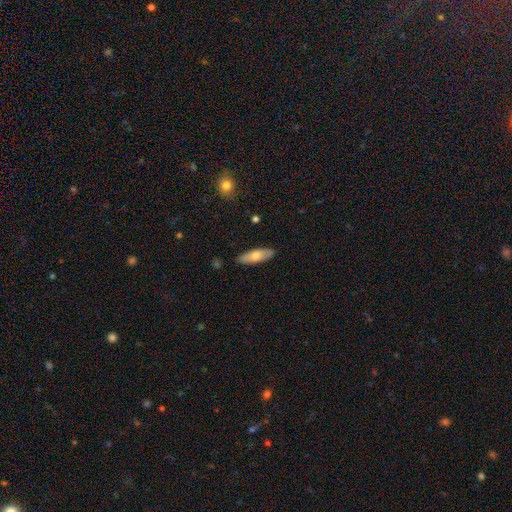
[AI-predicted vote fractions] Smooth or featured? smooth (68%)
How rounded? in between (52%)
Merging? none (87%)